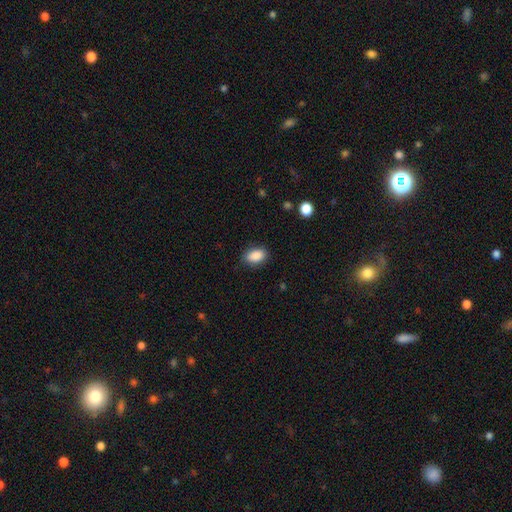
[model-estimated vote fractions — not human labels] Q: Smooth or featured?
A: smooth (88%); runner-up: star or artifact (8%)
Q: How rounded?
A: in between (88%); runner-up: round (10%)
Q: Merging?
A: none (84%); runner-up: minor disturbance (12%)